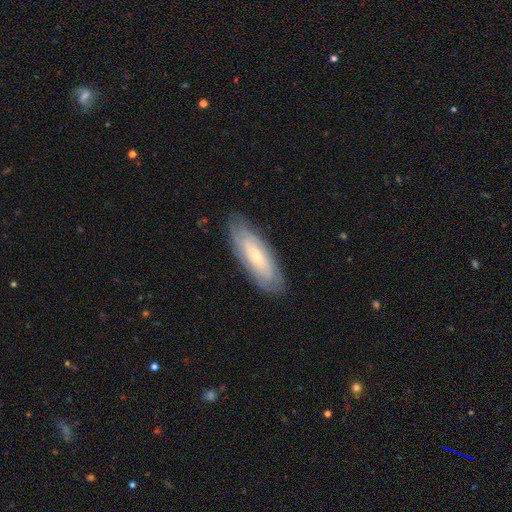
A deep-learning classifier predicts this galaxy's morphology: smooth-or-featured: featured or disk: 51% | smooth: 42% | star or artifact: 7%
  disk-edge-on: no: 73% | yes: 27%
  merging: none: 83% | minor disturbance: 13% | major disturbance: 3% | merger: 1%